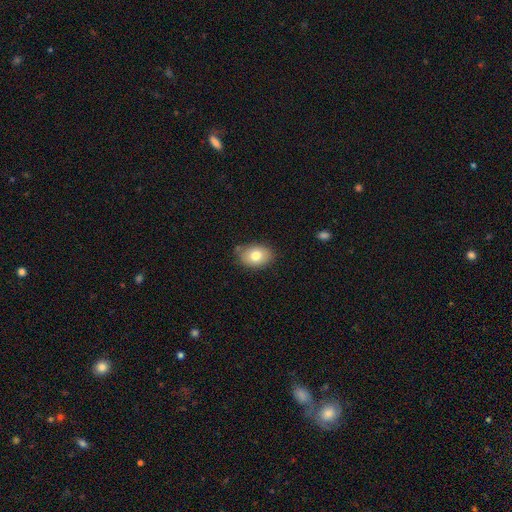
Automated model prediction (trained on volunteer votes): smooth_or_featured: smooth (p=0.78) [alt: featured or disk p=0.14]
how_rounded: in between (p=0.75) [alt: round p=0.24]
merging: none (p=0.79) [alt: minor disturbance p=0.15]